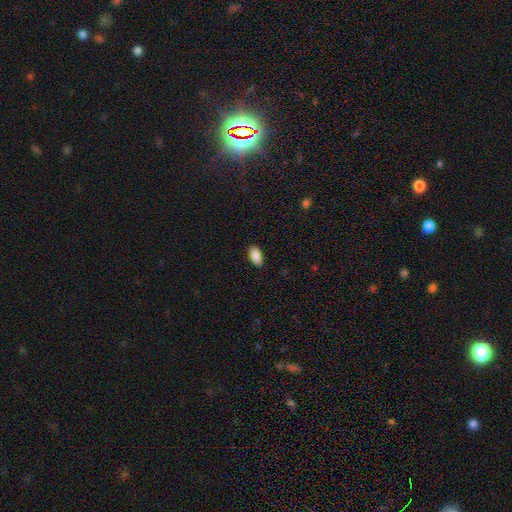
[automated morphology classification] This is clearly a smooth galaxy (89%). How rounded: clearly in between (94%). Merging: clearly none (88%).